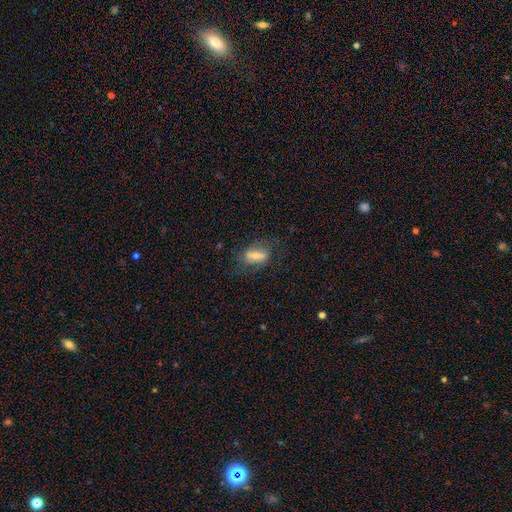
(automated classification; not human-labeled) Q: Smooth or featured?
A: smooth (46%); runner-up: featured or disk (45%)
Q: Merging?
A: none (62%); runner-up: minor disturbance (21%)